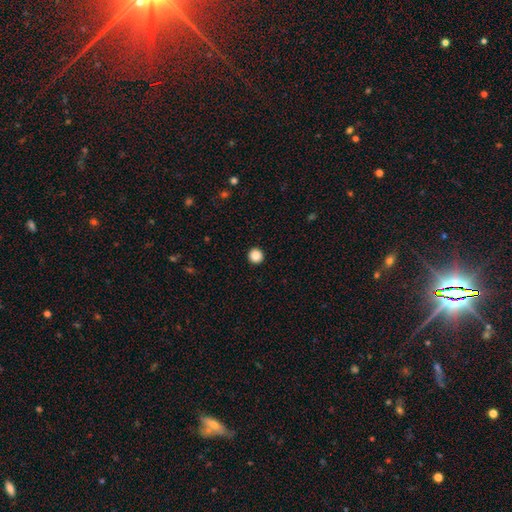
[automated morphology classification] Q: Smooth or featured?
A: smooth (88%); runner-up: star or artifact (9%)
Q: How rounded?
A: round (95%); runner-up: in between (4%)
Q: Merging?
A: none (94%); runner-up: minor disturbance (4%)